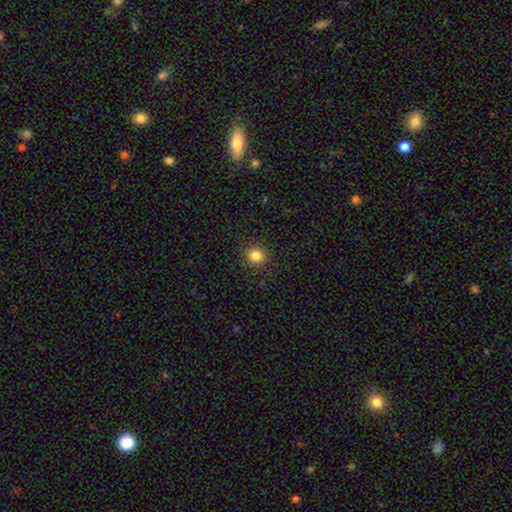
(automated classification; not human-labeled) smooth-or-featured: smooth: 82% | star or artifact: 13% | featured or disk: 5%
  how-rounded: round: 92% | in between: 7% | cigar-shaped: 1%
  merging: none: 91% | minor disturbance: 6% | major disturbance: 2% | merger: 1%